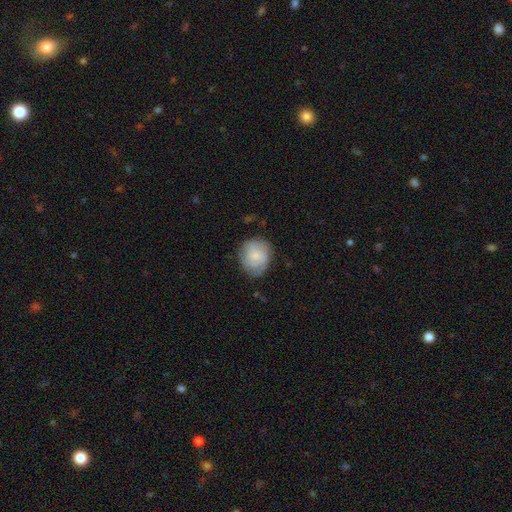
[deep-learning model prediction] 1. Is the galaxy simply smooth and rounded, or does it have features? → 69% smooth, 24% featured or disk, 7% star or artifact.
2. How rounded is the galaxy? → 72% round, 27% in between, 1% cigar-shaped.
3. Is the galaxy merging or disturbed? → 75% none, 19% minor disturbance, 5% major disturbance, 1% merger.